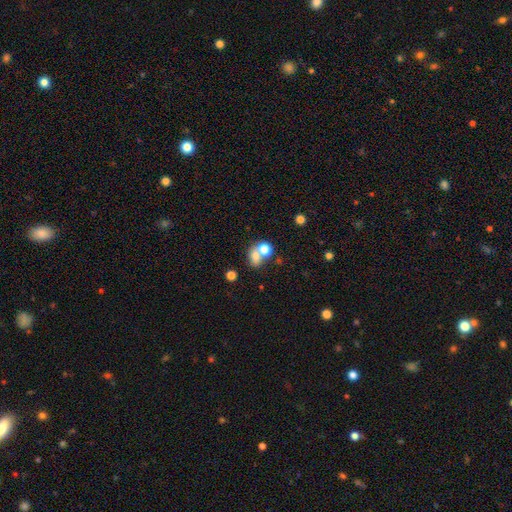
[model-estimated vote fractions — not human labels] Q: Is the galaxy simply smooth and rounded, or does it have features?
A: smooth — 72%.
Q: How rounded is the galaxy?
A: in between — 50%.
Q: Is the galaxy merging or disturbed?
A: merger — 58%.